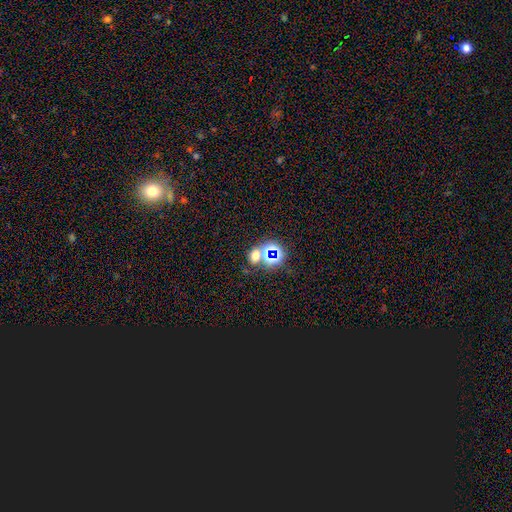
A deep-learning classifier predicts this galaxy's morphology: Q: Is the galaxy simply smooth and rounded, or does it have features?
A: smooth — 50%.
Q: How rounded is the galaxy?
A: round — 55%.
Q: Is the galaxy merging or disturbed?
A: none — 57%.